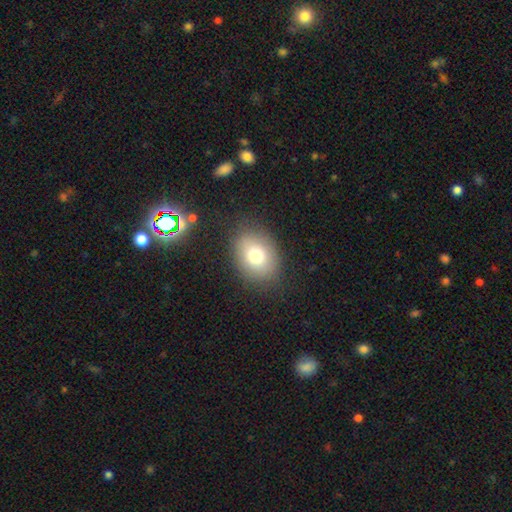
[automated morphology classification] smooth-or-featured: smooth: 74% | featured or disk: 14% | star or artifact: 12%
  how-rounded: in between: 61% | round: 38% | cigar-shaped: 1%
  merging: none: 83% | minor disturbance: 11% | major disturbance: 4% | merger: 1%